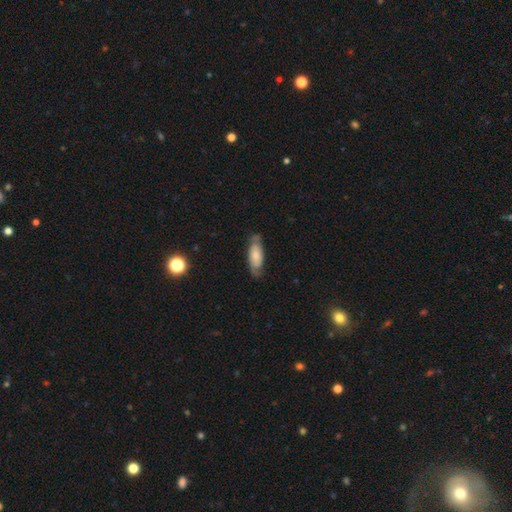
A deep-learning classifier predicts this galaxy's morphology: The model was most divided on "smooth or featured": smooth: 53%, featured or disk: 40%, star or artifact: 7%. More confident: how rounded — in between (75%); merging — none (69%).